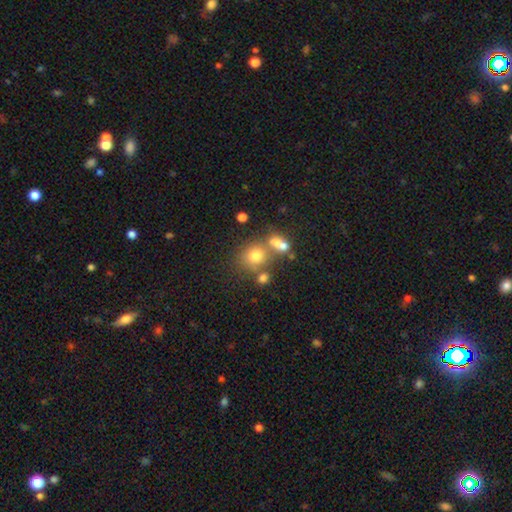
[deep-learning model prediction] The model was most divided on "merging": none: 53%, merger: 29%, minor disturbance: 11%, major disturbance: 6%. More confident: how rounded — round (76%); smooth or featured — smooth (71%).